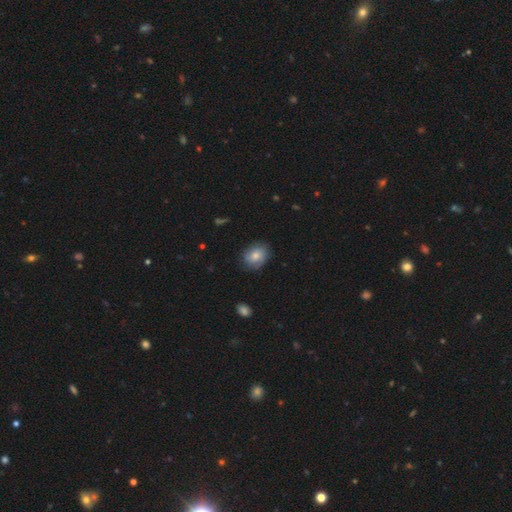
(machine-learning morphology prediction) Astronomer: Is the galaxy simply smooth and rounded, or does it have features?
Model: smooth — 71%.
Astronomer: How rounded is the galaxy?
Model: in between — 53% (runner-up: round, 46%).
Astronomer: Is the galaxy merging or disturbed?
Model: none — 76%.